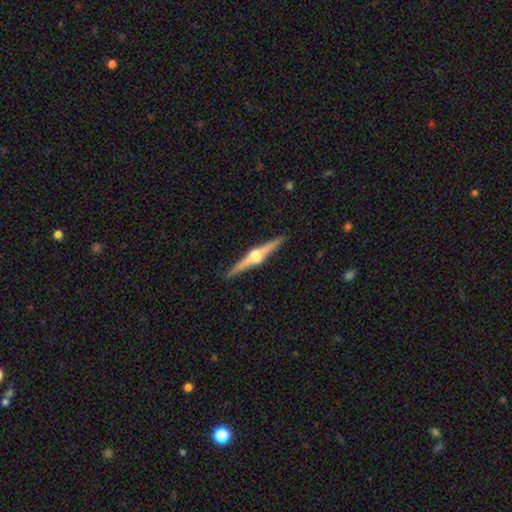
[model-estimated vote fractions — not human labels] A featured or disk galaxy (84%) viewed edge-on (98%) with a rounded central bulge (96%).

Vote fractions:
- Smooth or featured? featured or disk: 84% / smooth: 11% / star or artifact: 5%
- Edge-on disk? yes: 98% / no: 2%
- Edge-on bulge? rounded: 96% / boxy: 3% / none: 2%
- Merging? none: 91% / minor disturbance: 6% / major disturbance: 1% / merger: 1%